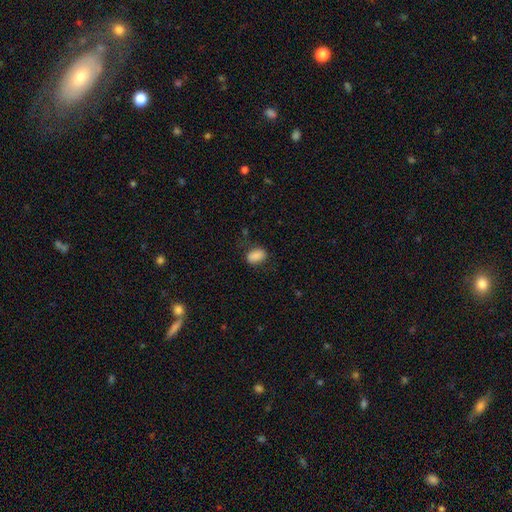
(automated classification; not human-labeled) Smooth or featured: smooth — 86% (star or artifact — 8%)
How rounded: in between — 86% (round — 12%)
Merging: none — 70% (minor disturbance — 20%)